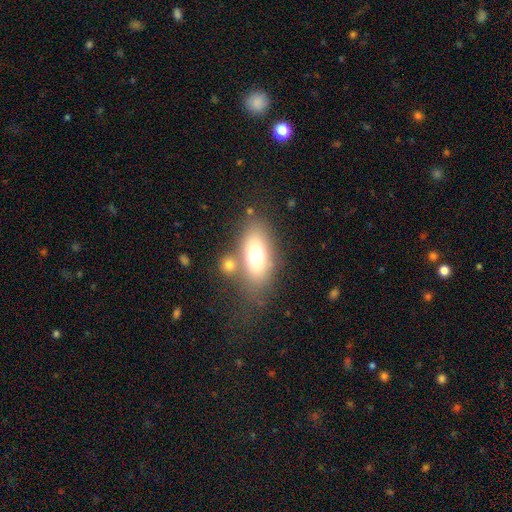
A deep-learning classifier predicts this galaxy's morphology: Q: Smooth or featured?
A: smooth (69%); runner-up: featured or disk (21%)
Q: How rounded?
A: in between (83%); runner-up: cigar-shaped (9%)
Q: Merging?
A: none (63%); runner-up: merger (16%)